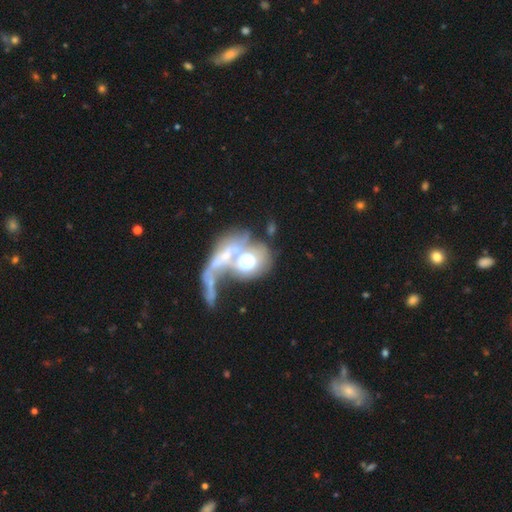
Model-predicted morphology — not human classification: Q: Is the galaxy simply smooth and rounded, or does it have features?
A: featured or disk — 46%.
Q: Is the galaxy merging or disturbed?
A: merger — 49%.